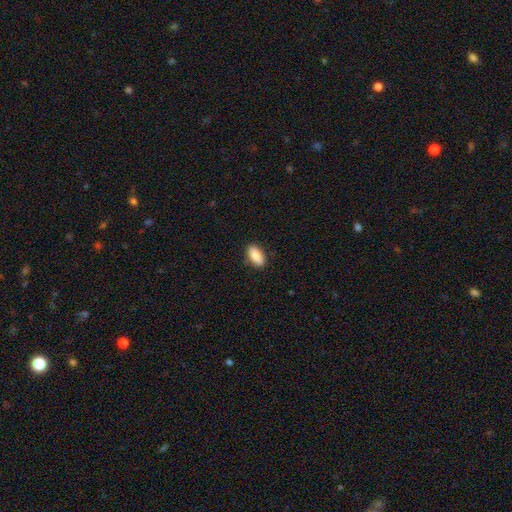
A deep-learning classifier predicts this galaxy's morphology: smooth 86%, featured or disk 7%, star or artifact 7%. Down the decision tree: how rounded — in between (91%); merging — none (88%).